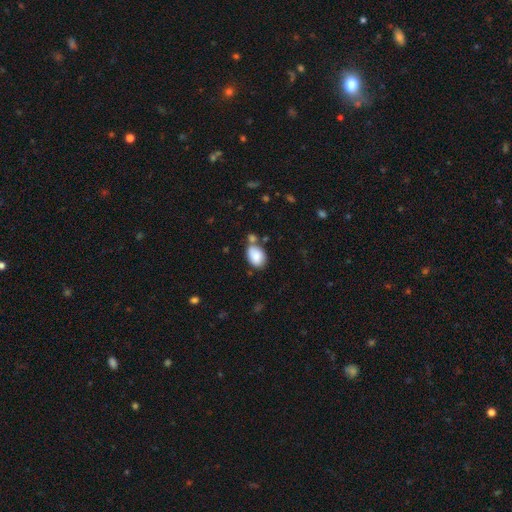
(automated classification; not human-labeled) This is clearly a smooth galaxy (86%). How rounded: clearly in between (85%). Merging: possibly none (57%).